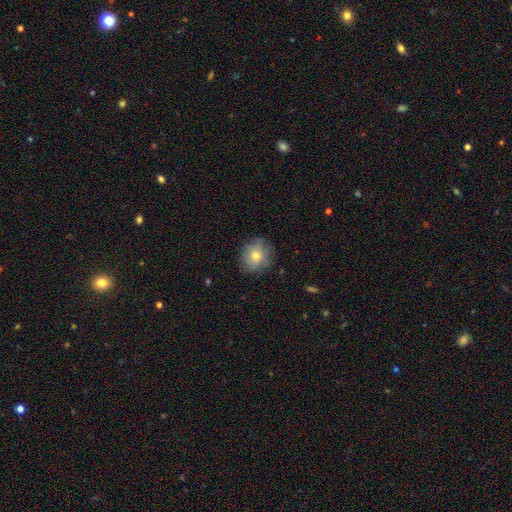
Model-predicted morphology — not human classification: This is likely a smooth galaxy (74%). How rounded: likely round (73%). Merging: clearly none (81%).